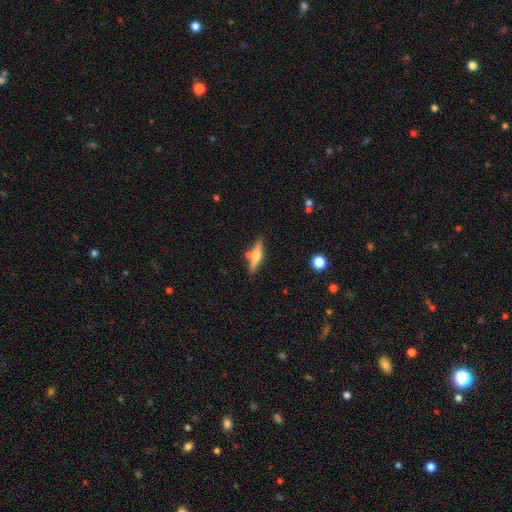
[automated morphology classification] smooth_or_featured: featured or disk (p=0.49) [alt: smooth p=0.44]
merging: none (p=0.77) [alt: minor disturbance p=0.11]